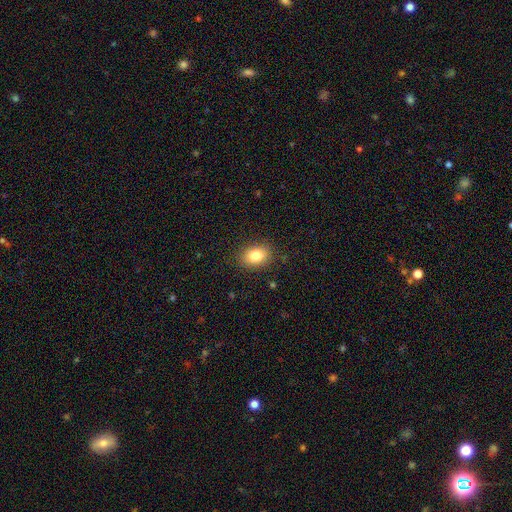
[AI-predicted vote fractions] Overall: smooth (83%). How rounded: in between (74%). Merging: none (87%).